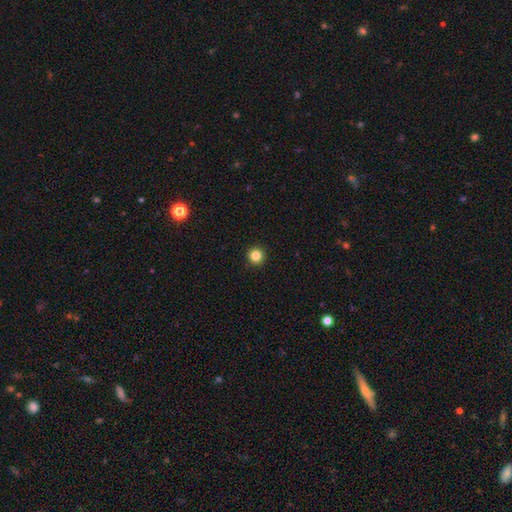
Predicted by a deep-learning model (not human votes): smooth-or-featured: smooth: 84% | star or artifact: 12% | featured or disk: 4%
  how-rounded: round: 96% | in between: 3% | cigar-shaped: 1%
  merging: none: 94% | minor disturbance: 4% | major disturbance: 1% | merger: 1%